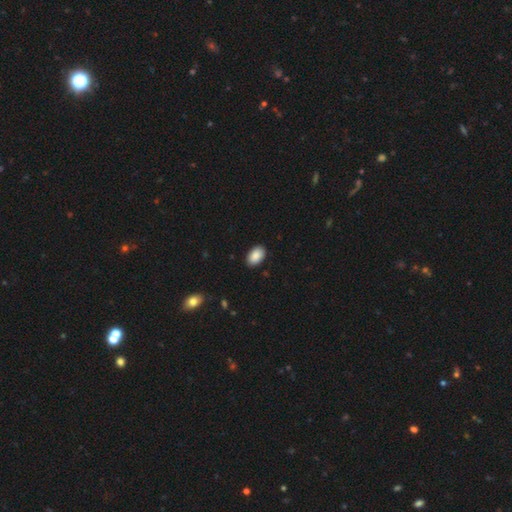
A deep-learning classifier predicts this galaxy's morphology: This appears to be a smooth galaxy with no disk features (90%) that is in between round and cigar-shaped (92%). Merging: none (89%).